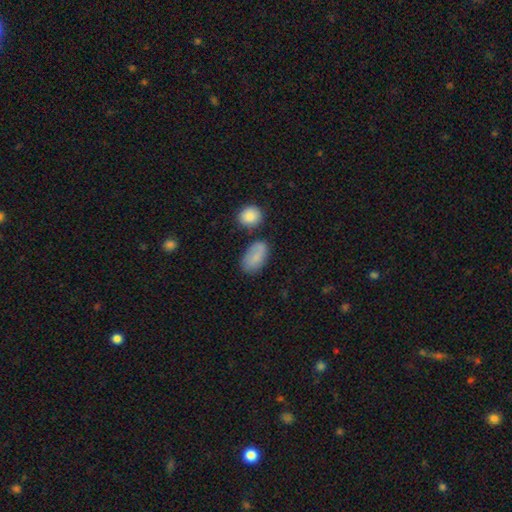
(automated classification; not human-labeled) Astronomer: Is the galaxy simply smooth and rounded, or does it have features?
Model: smooth — 81%.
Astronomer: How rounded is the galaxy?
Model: in between — 92%.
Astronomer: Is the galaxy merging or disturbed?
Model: none — 64%.